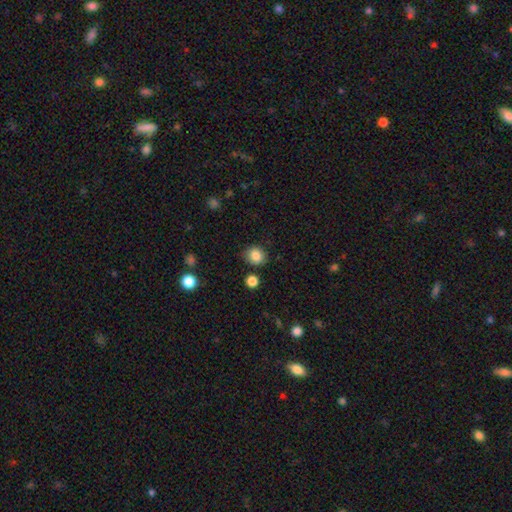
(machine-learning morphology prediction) This appears to be a smooth galaxy with no disk features (86%) that is round (75%). Merging: none (80%).